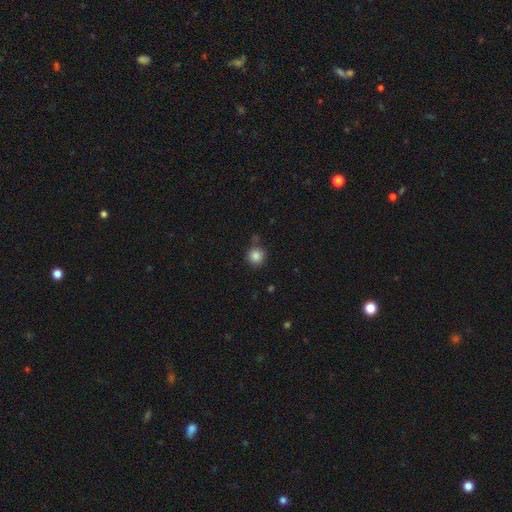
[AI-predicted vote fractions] Morphology: type=smooth (86%); roundness=round (94%); merging=none (80%).